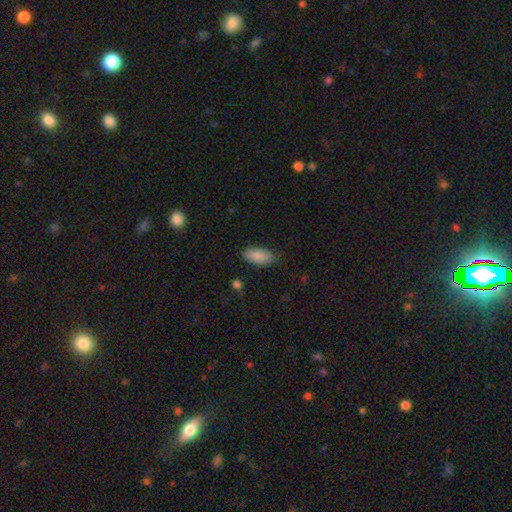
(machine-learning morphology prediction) smooth 88%, star or artifact 7%, featured or disk 5%. Down the decision tree: how rounded — in between (92%); merging — none (85%).